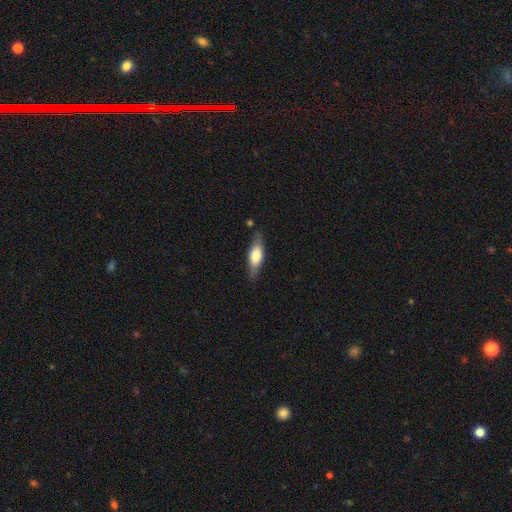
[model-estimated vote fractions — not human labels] Smooth or featured?
  - smooth: 58% *
  - featured or disk: 36%
  - star or artifact: 6%
How rounded?
  - in between: 49% *
  - cigar-shaped: 48%
  - round: 2%
Merging?
  - none: 79% *
  - minor disturbance: 15%
  - major disturbance: 3%
  - merger: 2%